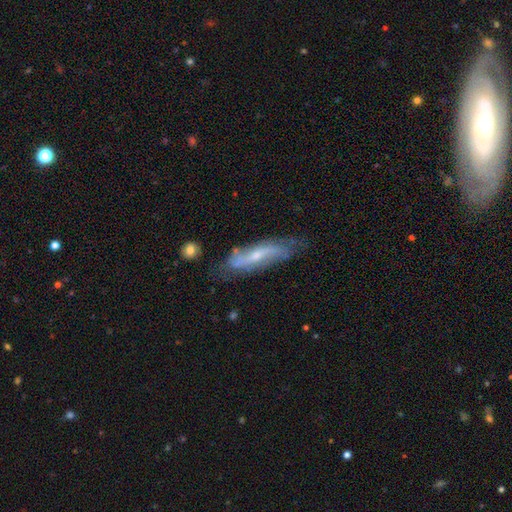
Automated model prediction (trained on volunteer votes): Morphology: type=featured or disk (70%); edge-on=no (65%); merging=none (67%).